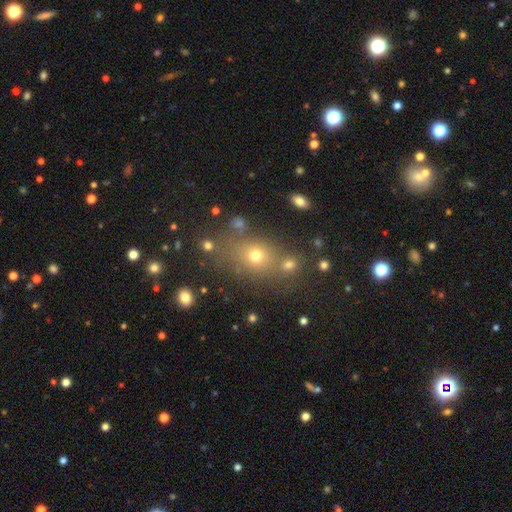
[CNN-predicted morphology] smooth-or-featured: smooth: 65% | star or artifact: 22% | featured or disk: 13%
  how-rounded: round: 50% | in between: 47% | cigar-shaped: 2%
  merging: none: 65% | merger: 16% | minor disturbance: 13% | major disturbance: 6%